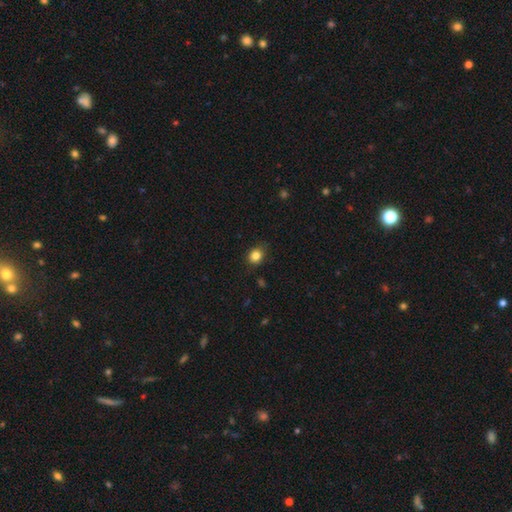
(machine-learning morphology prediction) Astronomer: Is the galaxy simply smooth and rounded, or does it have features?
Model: smooth — 83%.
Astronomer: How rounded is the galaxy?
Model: round — 70%.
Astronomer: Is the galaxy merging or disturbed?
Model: none — 82%.